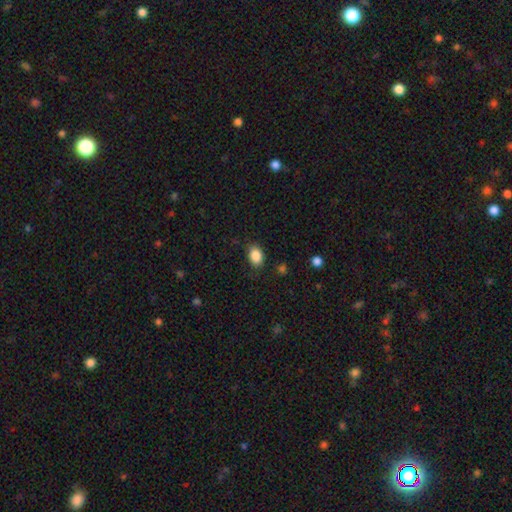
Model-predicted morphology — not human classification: A smooth galaxy with no disk features (87%) that is in between round and cigar-shaped (75%).

Vote fractions:
- Smooth or featured? smooth: 87% / star or artifact: 9% / featured or disk: 4%
- How rounded? in between: 75% / round: 24% / cigar-shaped: 1%
- Merging? none: 83% / minor disturbance: 12% / major disturbance: 3% / merger: 1%